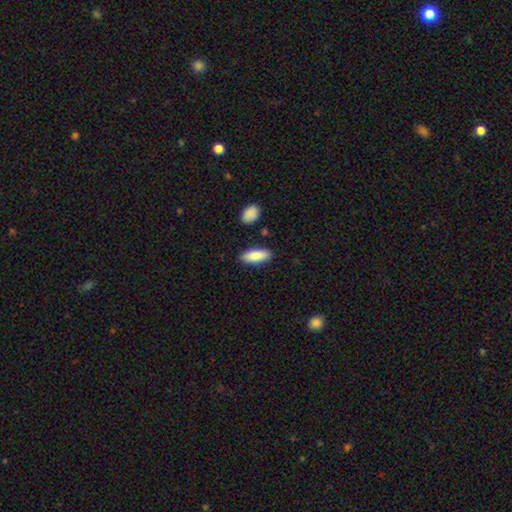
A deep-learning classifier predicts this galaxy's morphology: smooth 86%, featured or disk 8%, star or artifact 6%. Down the decision tree: how rounded — in between (76%); merging — none (86%).